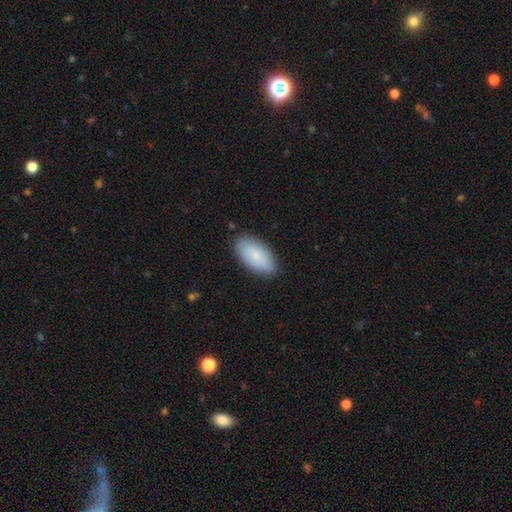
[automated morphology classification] Smooth or featured?
  - smooth: 76% *
  - featured or disk: 17%
  - star or artifact: 6%
How rounded?
  - in between: 94% *
  - cigar-shaped: 3%
  - round: 2%
Merging?
  - none: 84% *
  - minor disturbance: 12%
  - major disturbance: 2%
  - merger: 1%